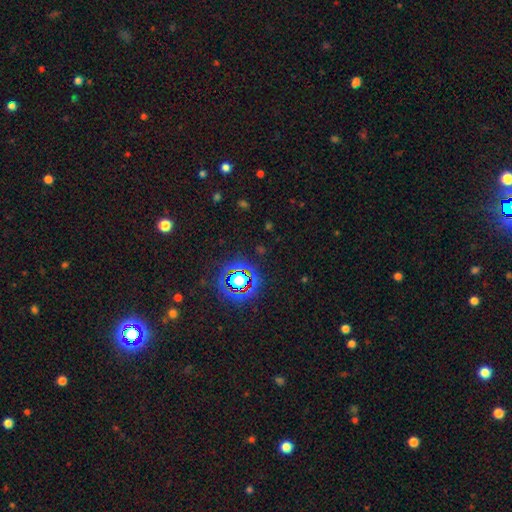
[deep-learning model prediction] Smooth or featured: star or artifact — 81% (smooth — 12%)